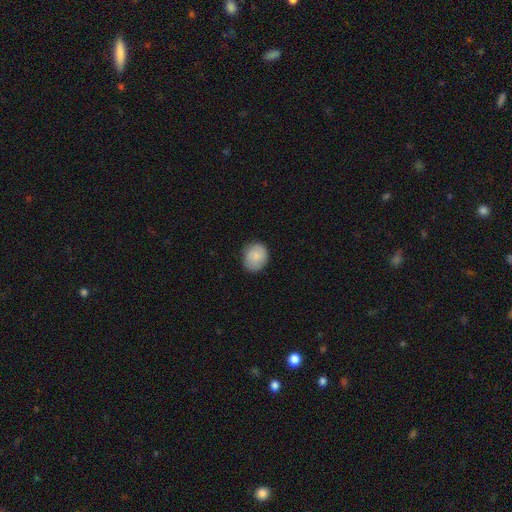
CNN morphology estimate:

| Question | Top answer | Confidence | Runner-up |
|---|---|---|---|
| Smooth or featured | smooth | 85% | featured or disk (8%) |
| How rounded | round | 66% | in between (33%) |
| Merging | none | 82% | minor disturbance (14%) |